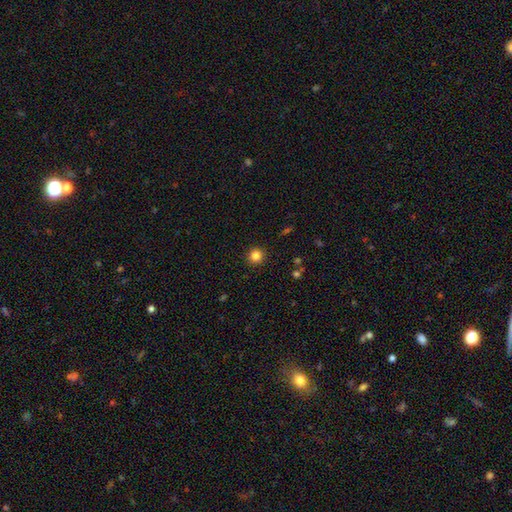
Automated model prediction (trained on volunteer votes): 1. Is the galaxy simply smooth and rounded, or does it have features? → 83% smooth, 12% star or artifact, 5% featured or disk.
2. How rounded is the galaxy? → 94% round, 5% in between, 1% cigar-shaped.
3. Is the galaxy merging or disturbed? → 92% none, 5% minor disturbance, 2% major disturbance, 1% merger.